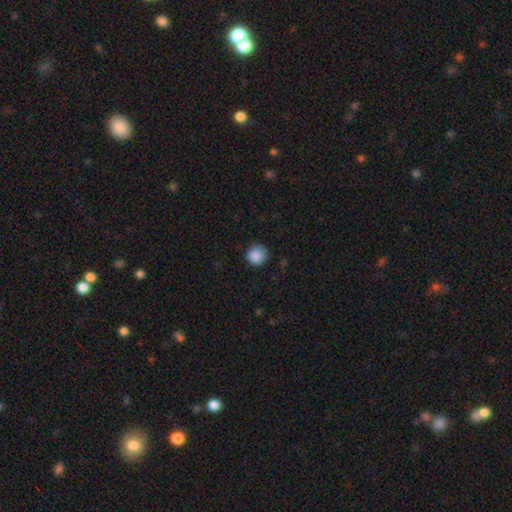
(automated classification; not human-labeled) Q: Smooth or featured?
A: smooth (88%); runner-up: star or artifact (9%)
Q: How rounded?
A: round (93%); runner-up: in between (6%)
Q: Merging?
A: none (85%); runner-up: minor disturbance (12%)